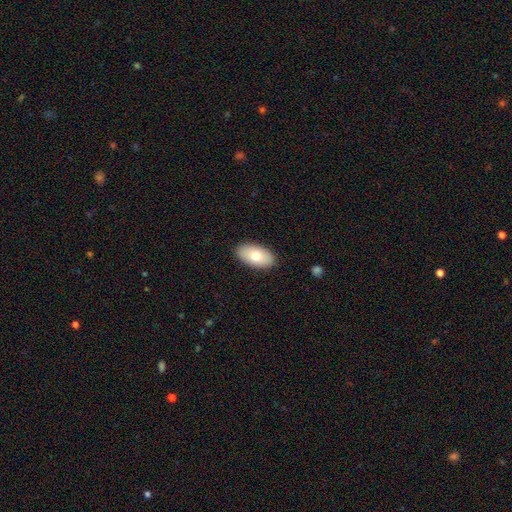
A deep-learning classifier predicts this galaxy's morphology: Smooth or featured? Predicted: smooth (p=0.73). How rounded? Predicted: in between (p=0.95). Merging? Predicted: none (p=0.89).